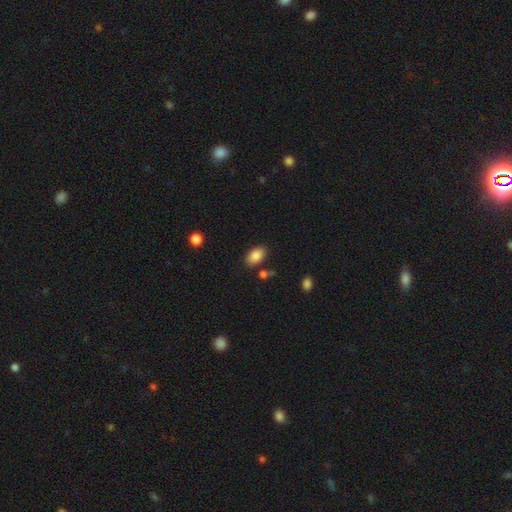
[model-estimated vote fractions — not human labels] This is clearly a smooth galaxy (87%). How rounded: clearly in between (91%). Merging: clearly none (82%).